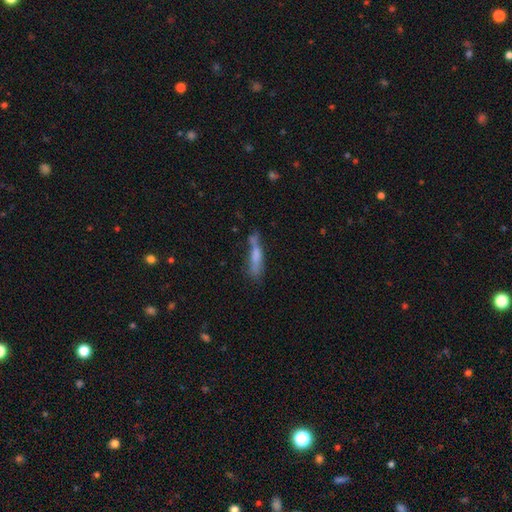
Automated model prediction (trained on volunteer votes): A smooth galaxy with no disk features (62%) that is cigar-shaped (79%). Merging: none (43%).